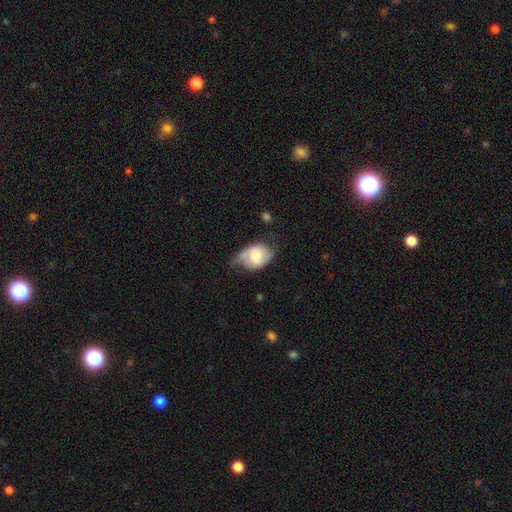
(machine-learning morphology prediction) Smooth or featured? smooth (48%)
Merging? minor disturbance (38%, tied with none)